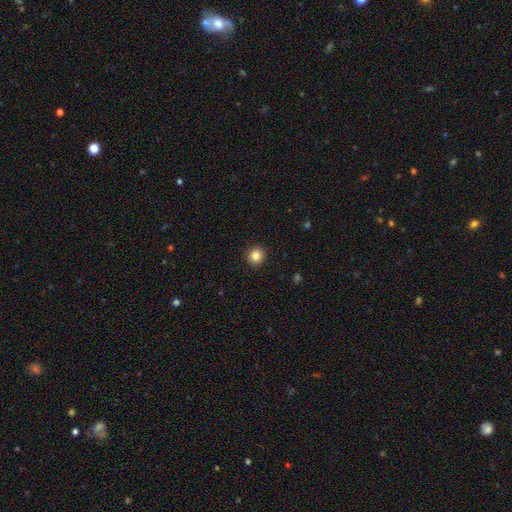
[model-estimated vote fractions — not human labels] smooth 84%, star or artifact 11%, featured or disk 5%. Down the decision tree: how rounded — round (95%); merging — none (93%).